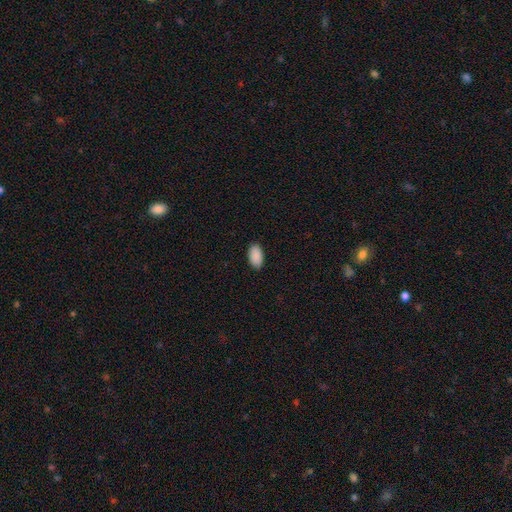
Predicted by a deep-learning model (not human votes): A smooth galaxy with no disk features (91%) that is in between round and cigar-shaped (95%). Merging: none (87%).